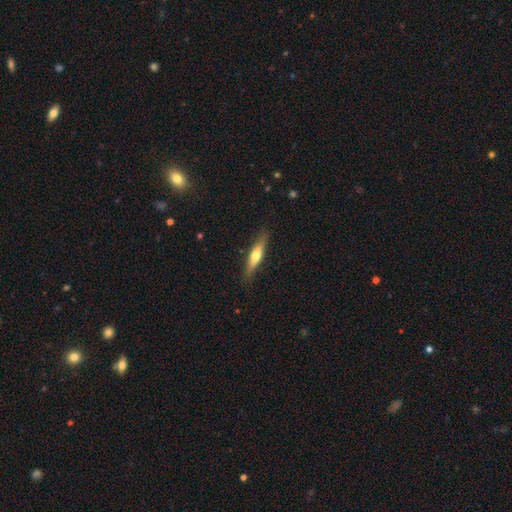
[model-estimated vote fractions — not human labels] Smooth or featured? Predicted: smooth (p=0.50). How rounded? Predicted: cigar-shaped (p=0.78). Merging? Predicted: none (p=0.86).